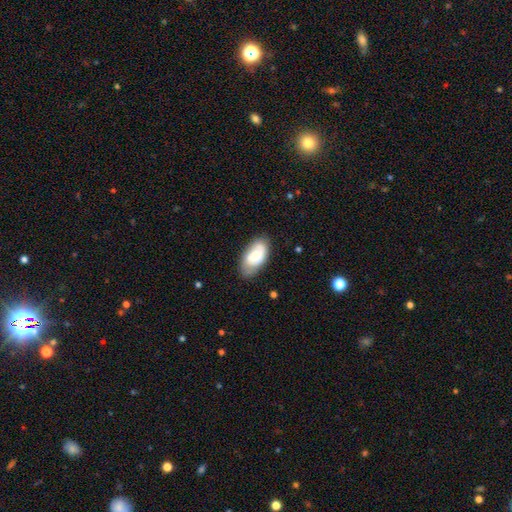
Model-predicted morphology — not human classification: type=smooth (57%); roundness=in between (94%); merging=none (70%).